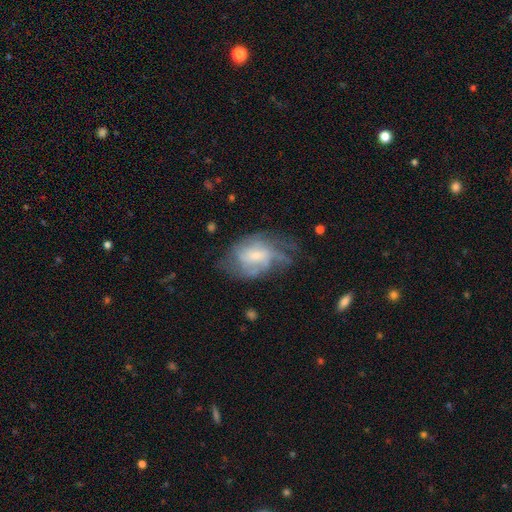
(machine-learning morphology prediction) smooth_or_featured: featured or disk (p=0.73) [alt: smooth p=0.19]
disk_edge_on: no (p=0.97) [alt: yes p=0.03]
bar: no (p=0.48) [alt: weak p=0.43]
has_spiral_arms: yes (p=0.86) [alt: no p=0.14]
spiral_winding: medium (p=0.42) [alt: tight p=0.33]
spiral_arm_count: can't tell (p=0.40) [alt: 3 p=0.18]
bulge_size: small (p=0.63) [alt: moderate p=0.28]
merging: none (p=0.50) [alt: minor disturbance p=0.25]